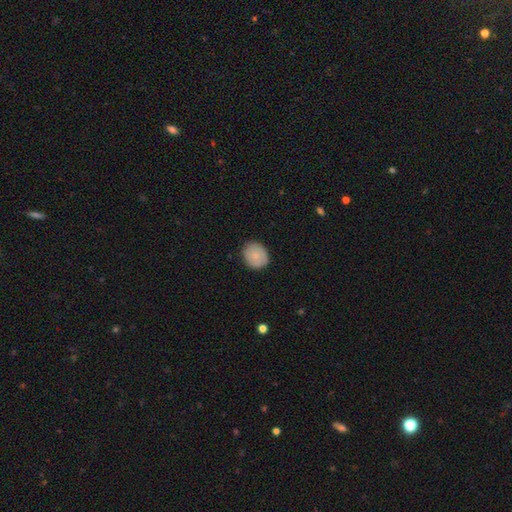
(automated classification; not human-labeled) Smooth or featured: smooth — 80% (featured or disk — 14%)
How rounded: round — 61% (in between — 38%)
Merging: none — 83% (minor disturbance — 13%)